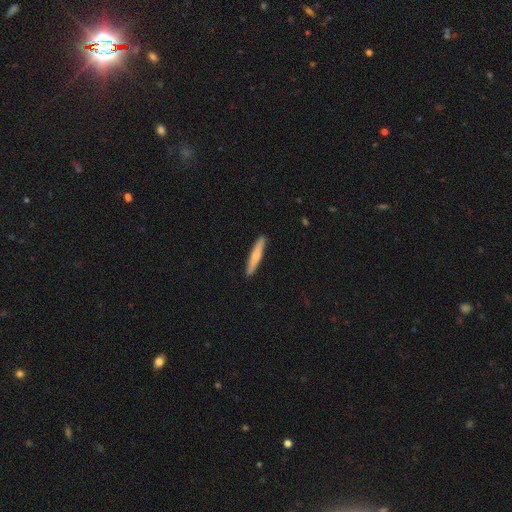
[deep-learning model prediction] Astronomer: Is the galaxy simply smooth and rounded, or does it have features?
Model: smooth — 60%.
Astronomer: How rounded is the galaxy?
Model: cigar-shaped — 92%.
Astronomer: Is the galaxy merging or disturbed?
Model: none — 90%.